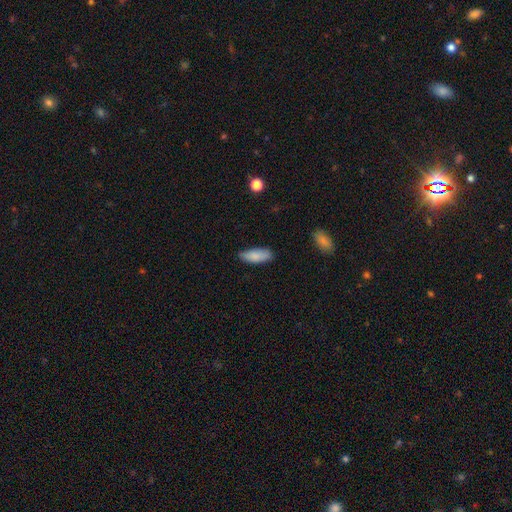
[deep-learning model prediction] Smooth or featured: smooth — 84% (featured or disk — 10%)
How rounded: in between — 72% (cigar-shaped — 26%)
Merging: none — 79% (minor disturbance — 17%)